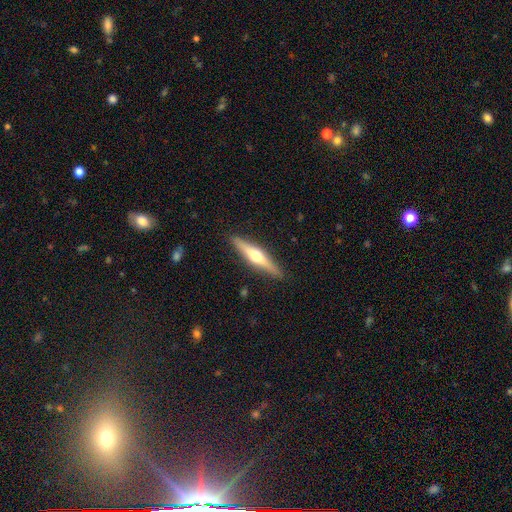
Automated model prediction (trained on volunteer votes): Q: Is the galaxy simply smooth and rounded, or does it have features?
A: featured or disk — 61%.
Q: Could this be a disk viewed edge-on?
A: yes — 96%.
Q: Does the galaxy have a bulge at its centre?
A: rounded — 92%.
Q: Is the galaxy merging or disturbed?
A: none — 89%.